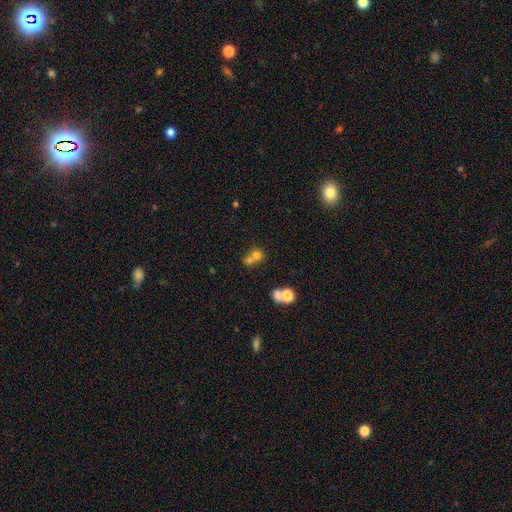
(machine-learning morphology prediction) Smooth or featured? Predicted: smooth (p=0.69). How rounded? Predicted: round (p=0.81). Merging? Predicted: merger (p=0.54).